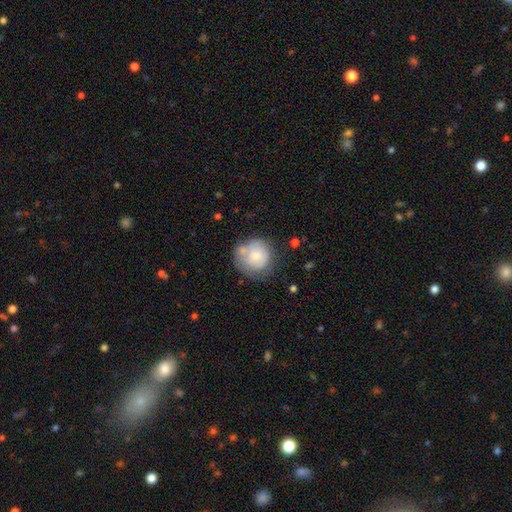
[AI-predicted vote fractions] smooth 67%, featured or disk 26%, star or artifact 7%. Down the decision tree: how rounded — round (88%); merging — none (50%).